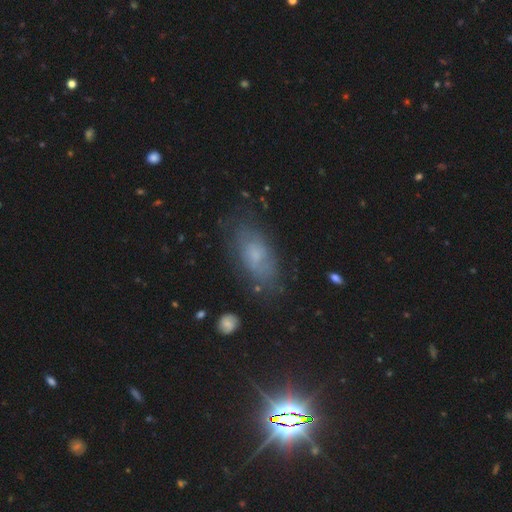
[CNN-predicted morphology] The model was most divided on "smooth or featured": smooth: 43%, featured or disk: 35%, star or artifact: 23%. More confident: merging — none (73%).